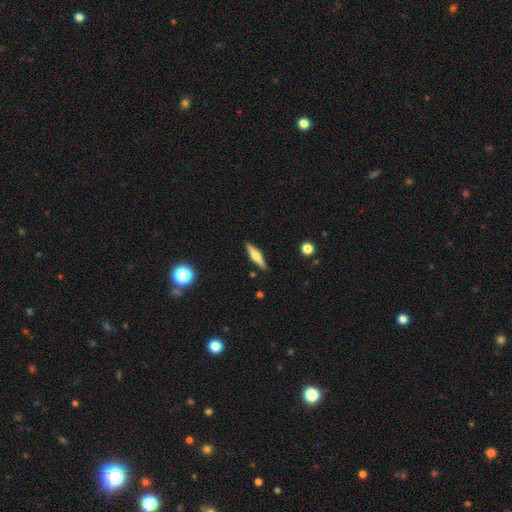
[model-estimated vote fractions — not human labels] A featured or disk galaxy (52%) viewed edge-on (96%) with a rounded central bulge (84%).

Vote fractions:
- Smooth or featured? featured or disk: 52% / smooth: 41% / star or artifact: 6%
- Edge-on disk? yes: 96% / no: 4%
- Edge-on bulge? rounded: 84% / boxy: 10% / none: 6%
- Merging? none: 89% / minor disturbance: 8% / major disturbance: 2% / merger: 1%